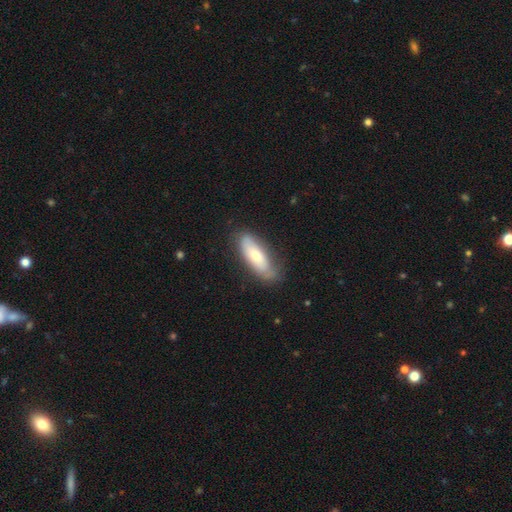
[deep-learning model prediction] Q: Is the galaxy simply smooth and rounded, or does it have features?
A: smooth — 64%.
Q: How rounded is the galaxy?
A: in between — 63%.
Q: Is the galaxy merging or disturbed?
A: none — 67%.